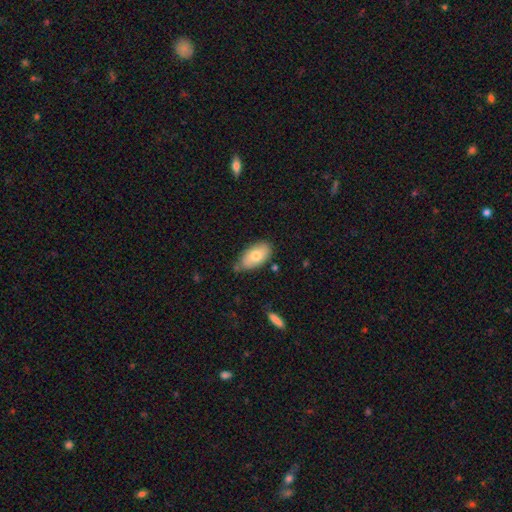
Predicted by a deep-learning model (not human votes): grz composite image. It shows a smooth galaxy with no disk features (75%) that is in between round and cigar-shaped (94%). Merging: none (67%).